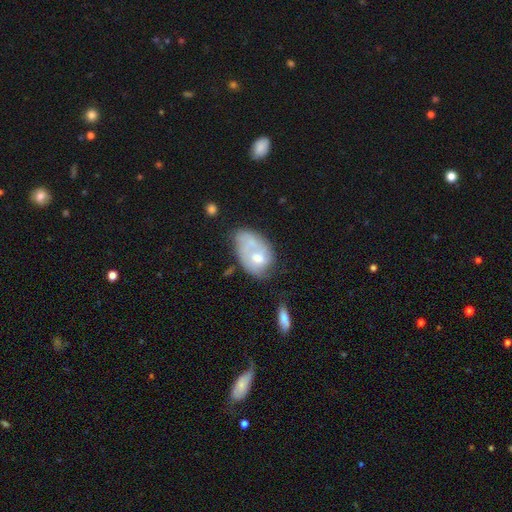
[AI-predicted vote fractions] The model was most divided on "merging": minor disturbance: 29%, none: 27%, major disturbance: 24%, merger: 20%. Remaining: smooth or featured — smooth (50%).